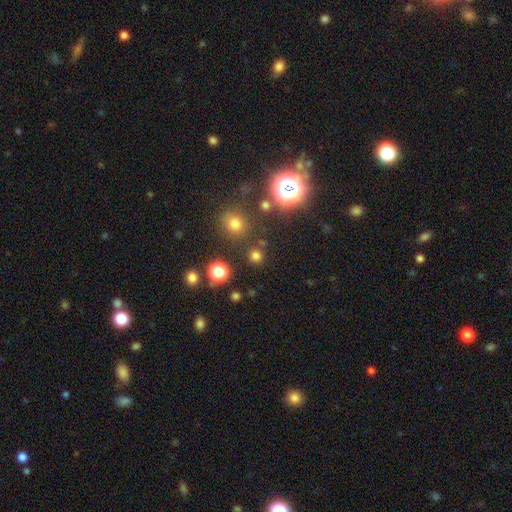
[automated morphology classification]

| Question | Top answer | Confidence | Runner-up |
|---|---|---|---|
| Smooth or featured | smooth | 69% | star or artifact (26%) |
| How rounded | round | 91% | in between (8%) |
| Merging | none | 83% | minor disturbance (7%) |